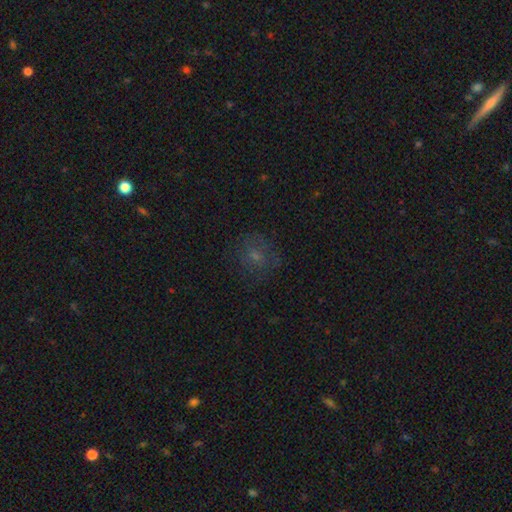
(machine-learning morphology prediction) Smooth or featured: smooth — 53% (featured or disk — 24%)
How rounded: round — 72% (in between — 26%)
Merging: none — 72% (minor disturbance — 16%)